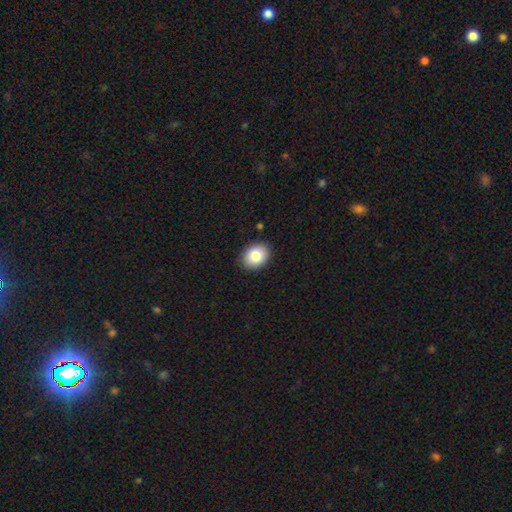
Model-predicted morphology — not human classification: A smooth galaxy with no disk features (84%) that is in between round and cigar-shaped (64%). Merging: none (90%).